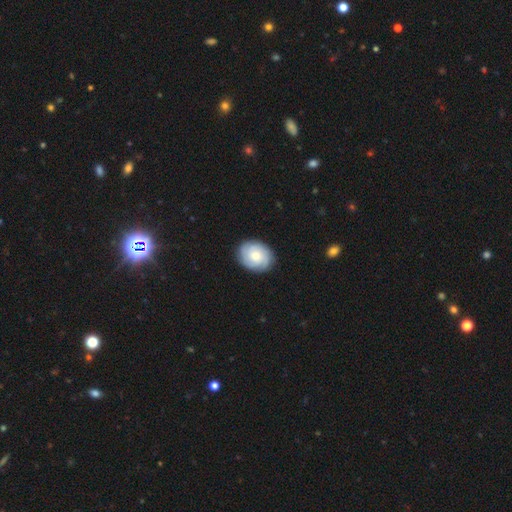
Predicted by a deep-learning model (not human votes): Q: Smooth or featured?
A: featured or disk (61%); runner-up: smooth (32%)
Q: Edge-on disk?
A: no (97%); runner-up: yes (3%)
Q: Bar?
A: no (80%); runner-up: weak (18%)
Q: Spiral arms?
A: yes (93%); runner-up: no (7%)
Q: Spiral winding?
A: tight (72%); runner-up: medium (22%)
Q: Spiral arm count?
A: can't tell (33%); runner-up: 3 (27%)
Q: Bulge size?
A: moderate (59%); runner-up: small (32%)
Q: Merging?
A: none (85%); runner-up: minor disturbance (11%)